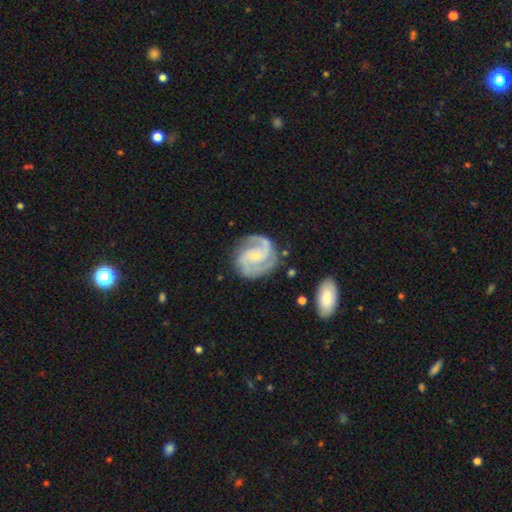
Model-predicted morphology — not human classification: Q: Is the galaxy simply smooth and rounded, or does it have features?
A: featured or disk — 90%.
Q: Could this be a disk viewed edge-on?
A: no — 98%.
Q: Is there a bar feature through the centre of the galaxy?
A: no — 53%.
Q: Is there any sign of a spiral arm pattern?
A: yes — 98%.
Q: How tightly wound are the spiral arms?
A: medium — 48%.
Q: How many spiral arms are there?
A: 2 — 73%.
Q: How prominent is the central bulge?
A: small — 73%.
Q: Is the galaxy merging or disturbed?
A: none — 75%.